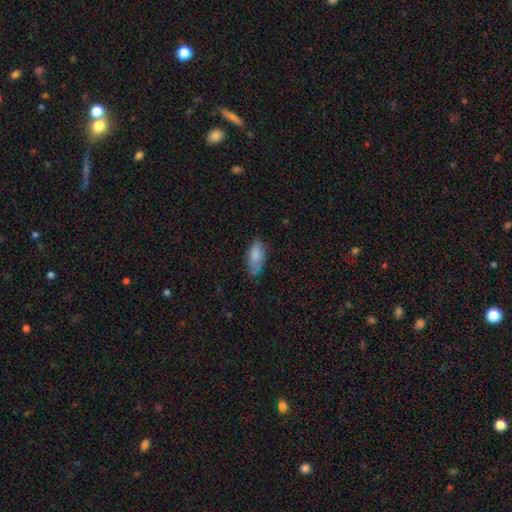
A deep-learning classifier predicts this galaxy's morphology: smooth-or-featured: smooth: 81% | featured or disk: 12% | star or artifact: 7%
  how-rounded: in between: 88% | cigar-shaped: 10% | round: 2%
  merging: none: 70% | minor disturbance: 24% | major disturbance: 5% | merger: 1%